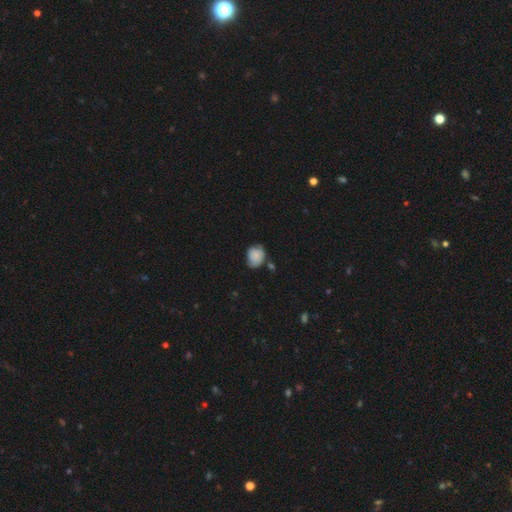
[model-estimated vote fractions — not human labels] smooth_or_featured: smooth (p=0.70) [alt: featured or disk p=0.22]
how_rounded: round (p=0.57) [alt: in between p=0.42]
merging: none (p=0.55) [alt: minor disturbance p=0.33]